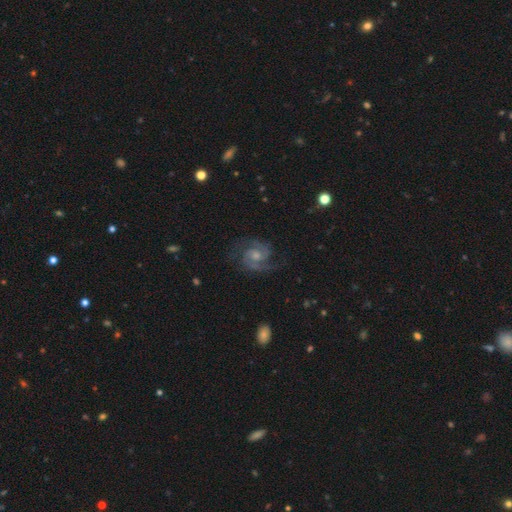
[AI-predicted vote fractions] Smooth or featured: featured or disk — 89% (smooth — 6%)
Edge-on disk: no — 98% (yes — 2%)
Bar: no — 60% (weak — 34%)
Spiral arms: yes — 98% (no — 2%)
Spiral winding: medium — 56% (tight — 30%)
Spiral arm count: 2 — 86% (3 — 5%)
Bulge size: moderate — 46% (small — 41%)
Merging: none — 75% (minor disturbance — 16%)